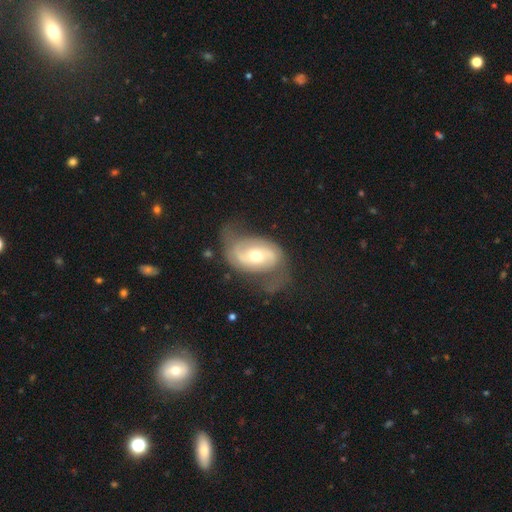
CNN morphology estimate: Q: Smooth or featured?
A: featured or disk (76%); runner-up: smooth (17%)
Q: Edge-on disk?
A: no (95%); runner-up: yes (5%)
Q: Bar?
A: no (42%); runner-up: weak (36%)
Q: Spiral arms?
A: yes (86%); runner-up: no (14%)
Q: Spiral winding?
A: loose (40%); runner-up: medium (39%)
Q: Spiral arm count?
A: 2 (83%); runner-up: can't tell (10%)
Q: Bulge size?
A: moderate (60%); runner-up: small (32%)
Q: Merging?
A: none (52%); runner-up: minor disturbance (24%)